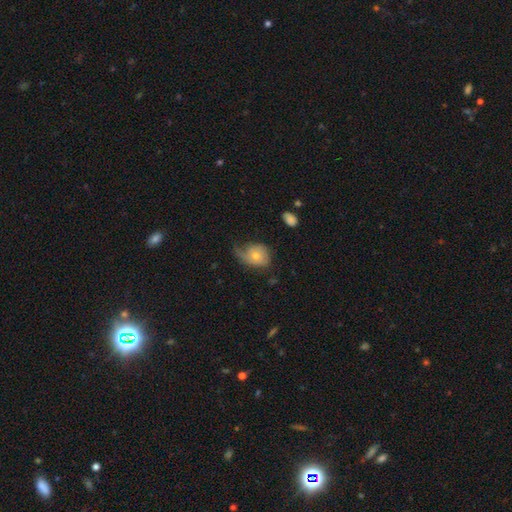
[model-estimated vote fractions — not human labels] Smooth or featured? featured or disk (46%)
Merging? none (33%, tied with major disturbance)